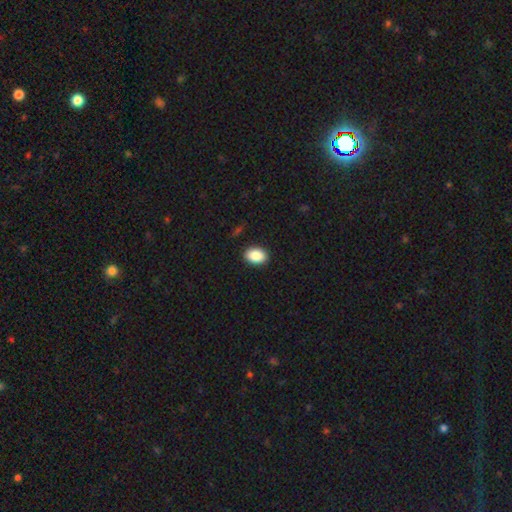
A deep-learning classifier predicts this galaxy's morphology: smooth 89%, star or artifact 7%, featured or disk 4%. Down the decision tree: how rounded — in between (82%); merging — none (90%).